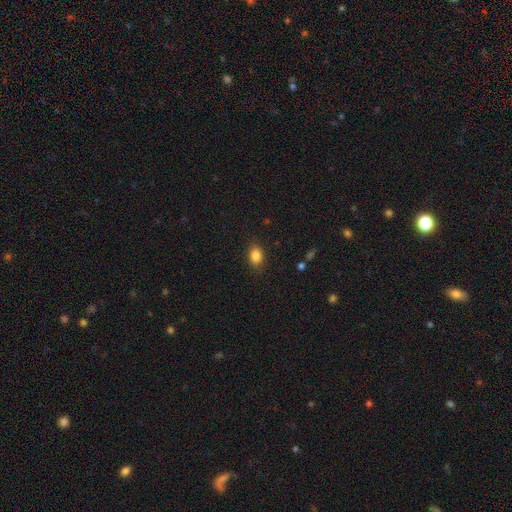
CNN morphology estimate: Q: Smooth or featured?
A: smooth (85%); runner-up: star or artifact (10%)
Q: How rounded?
A: in between (70%); runner-up: round (29%)
Q: Merging?
A: none (86%); runner-up: minor disturbance (10%)